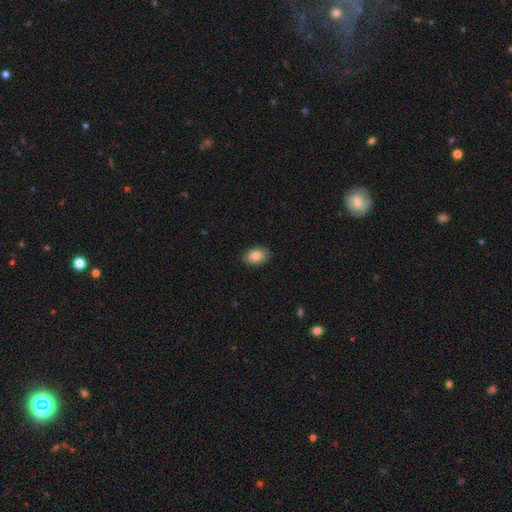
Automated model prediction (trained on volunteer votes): The model was most divided on "how rounded": in between: 84%, round: 15%, cigar-shaped: 1%. More confident: merging — none (87%); smooth or featured — smooth (85%).